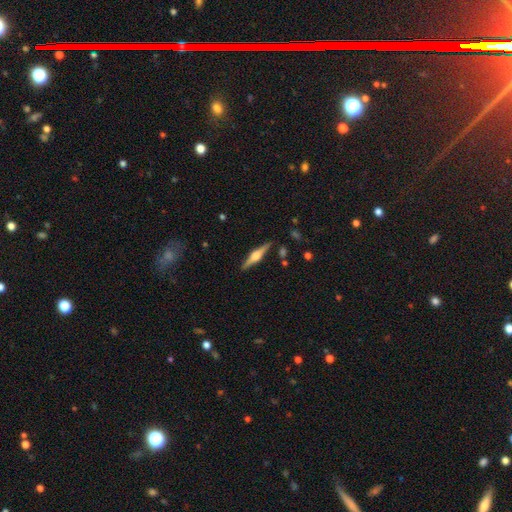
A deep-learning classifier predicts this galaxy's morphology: Smooth or featured: featured or disk — 75% (smooth — 20%)
Edge-on disk: yes — 98% (no — 2%)
Edge-on bulge: rounded — 89% (boxy — 9%)
Merging: none — 88% (minor disturbance — 8%)